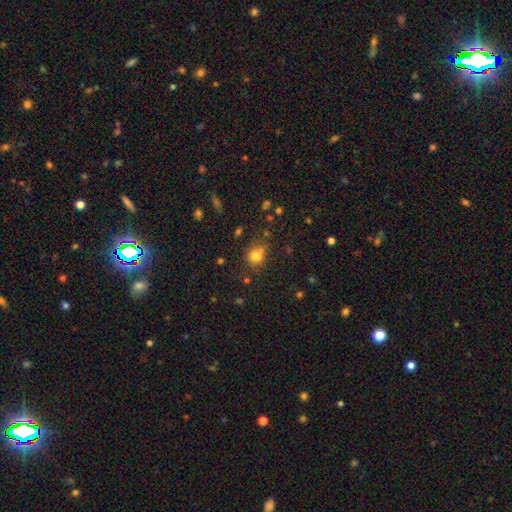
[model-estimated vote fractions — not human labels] Morphology: type=smooth (77%); roundness=round (72%); merging=none (57%).